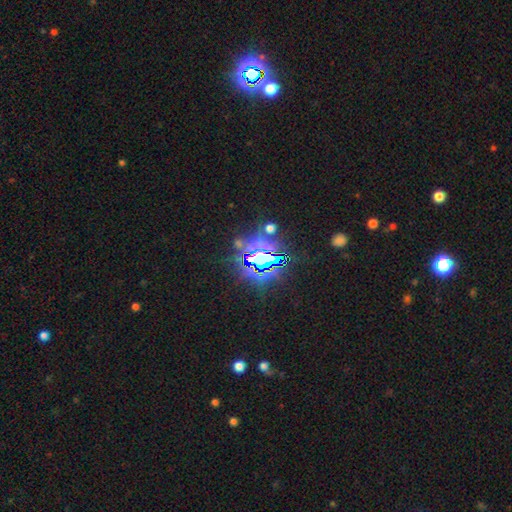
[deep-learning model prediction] Overall: star or artifact (85%).